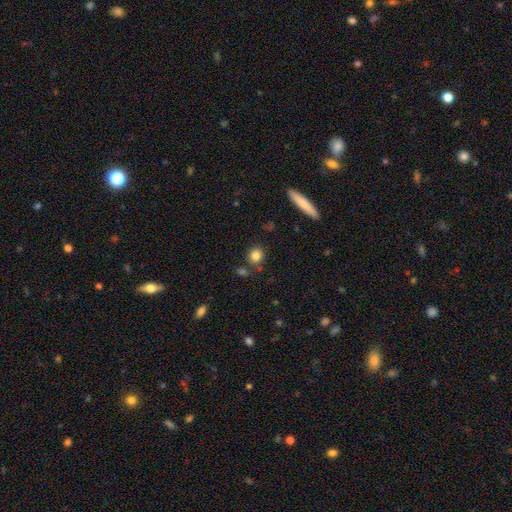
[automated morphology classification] This appears to be a smooth galaxy with no disk features (83%) that is round (78%). Merging: none (78%).